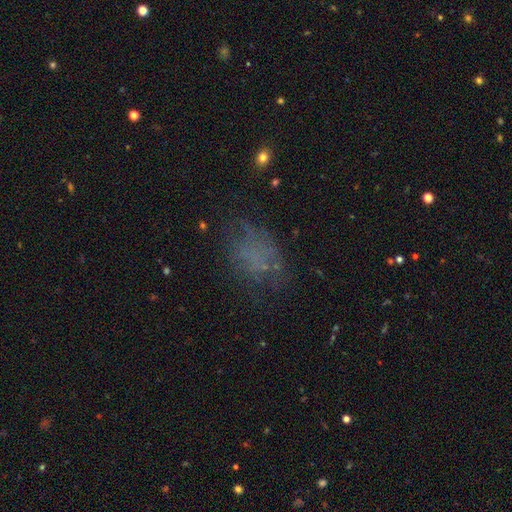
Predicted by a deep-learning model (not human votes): This appears to be a smooth galaxy with no disk features (52%) that is in between round and cigar-shaped (74%). Merging: none (58%).